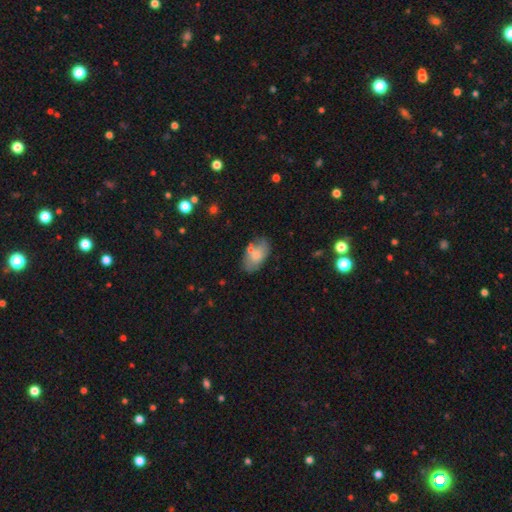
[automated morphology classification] type=smooth (72%); roundness=in between (93%); merging=none (68%).